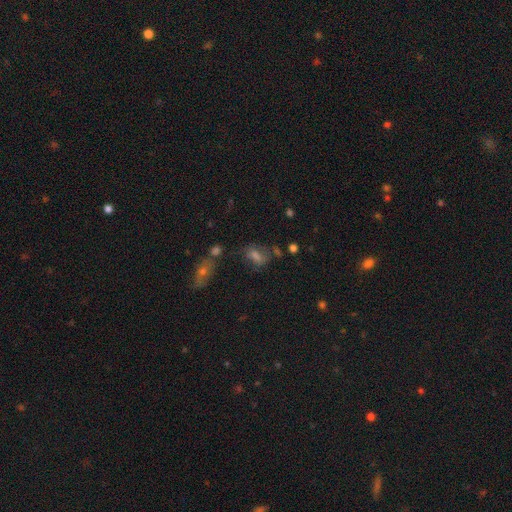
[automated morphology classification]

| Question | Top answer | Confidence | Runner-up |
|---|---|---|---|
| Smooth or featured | smooth | 47% | featured or disk (27%) |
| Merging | none | 51% | minor disturbance (20%) |